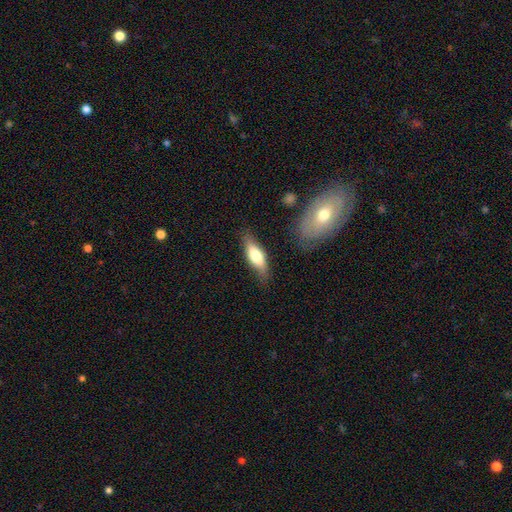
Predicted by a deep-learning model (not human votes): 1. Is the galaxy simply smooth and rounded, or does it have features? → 64% smooth, 30% featured or disk, 6% star or artifact.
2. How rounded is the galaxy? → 53% in between, 45% cigar-shaped, 2% round.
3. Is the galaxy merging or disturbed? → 74% none, 18% minor disturbance, 5% major disturbance, 3% merger.